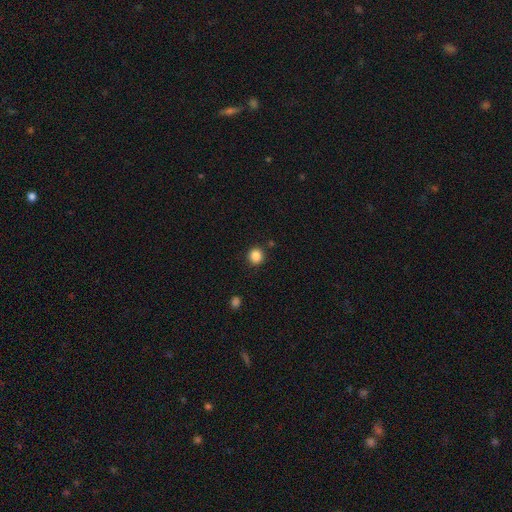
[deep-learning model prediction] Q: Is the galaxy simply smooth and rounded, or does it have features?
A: smooth — 87%.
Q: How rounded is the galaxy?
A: round — 92%.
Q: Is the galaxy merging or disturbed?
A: none — 89%.